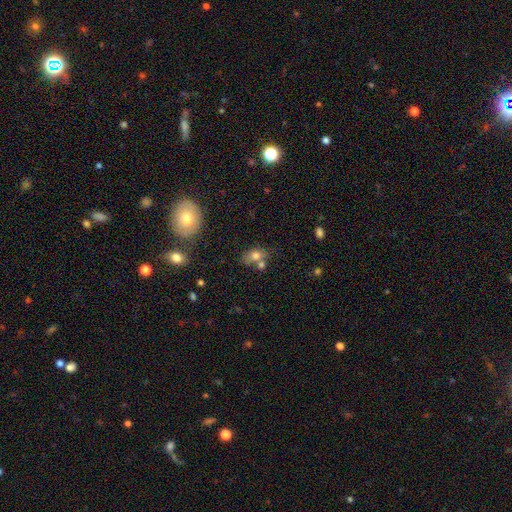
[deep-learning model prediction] This appears to be a smooth galaxy with no disk features (73%) that is in between round and cigar-shaped (71%). Merging: none (47%).